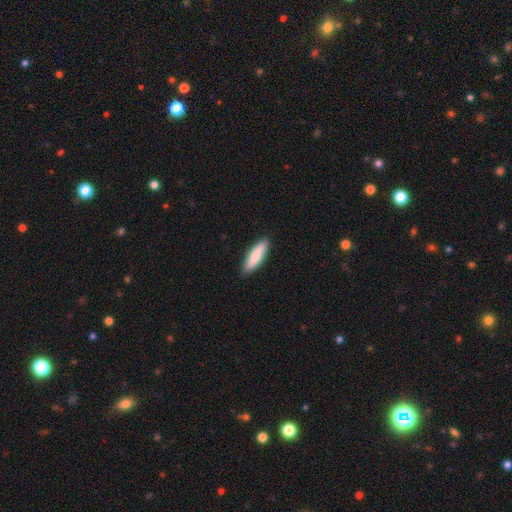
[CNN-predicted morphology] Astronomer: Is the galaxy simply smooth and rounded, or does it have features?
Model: smooth — 83%.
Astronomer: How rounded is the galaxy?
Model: cigar-shaped — 63%.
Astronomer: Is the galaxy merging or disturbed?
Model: none — 89%.